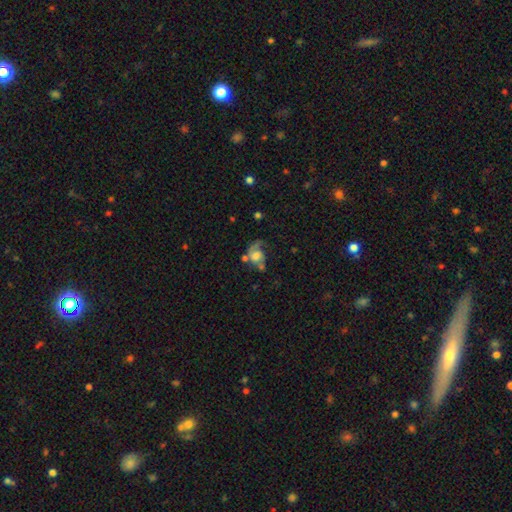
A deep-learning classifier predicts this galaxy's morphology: A featured or disk galaxy (57%) with no bar (73%), spiral arms (74%) and a moderate central bulge (39%).

Vote fractions:
- Smooth or featured? featured or disk: 57% / smooth: 33% / star or artifact: 10%
- Edge-on disk? no: 97% / yes: 3%
- Bar? no: 73% / weak: 23% / strong: 5%
- Spiral arms? yes: 74% / no: 26%
- Bulge size? moderate: 39% / large: 29% / small: 16% / none: 13% / dominant: 4%
- Merging? major disturbance: 35% / none: 28% / minor disturbance: 19% / merger: 17%